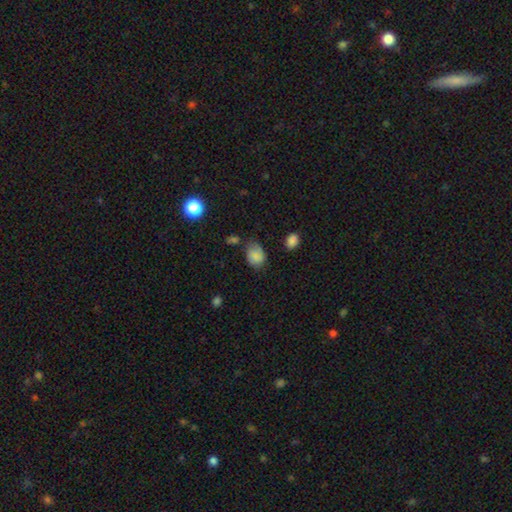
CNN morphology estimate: smooth-or-featured: smooth: 80% | star or artifact: 10% | featured or disk: 9%
  how-rounded: in between: 65% | round: 34% | cigar-shaped: 1%
  merging: none: 54% | minor disturbance: 32% | major disturbance: 9% | merger: 5%